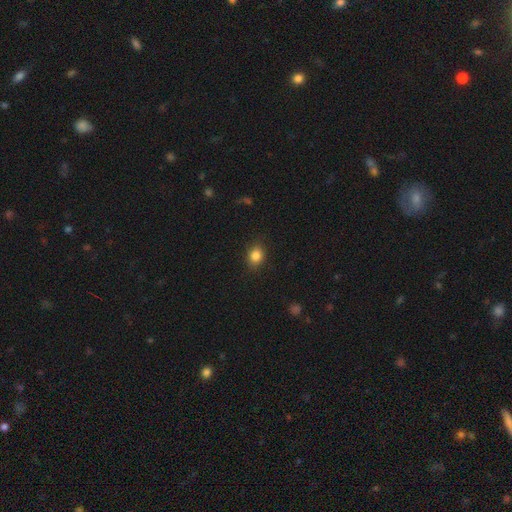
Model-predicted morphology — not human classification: Q: Smooth or featured?
A: smooth (84%); runner-up: star or artifact (11%)
Q: How rounded?
A: round (53%); runner-up: in between (46%)
Q: Merging?
A: none (85%); runner-up: minor disturbance (11%)